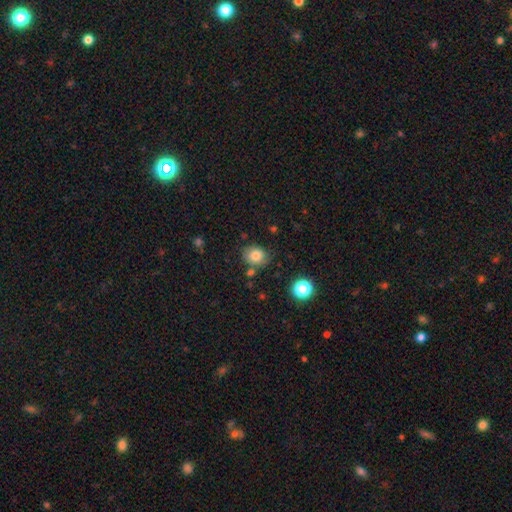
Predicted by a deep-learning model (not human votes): Smooth or featured?
  - smooth: 80% *
  - star or artifact: 11%
  - featured or disk: 9%
How rounded?
  - round: 61% *
  - in between: 39%
  - cigar-shaped: 1%
Merging?
  - none: 73% *
  - minor disturbance: 17%
  - merger: 6%
  - major disturbance: 4%